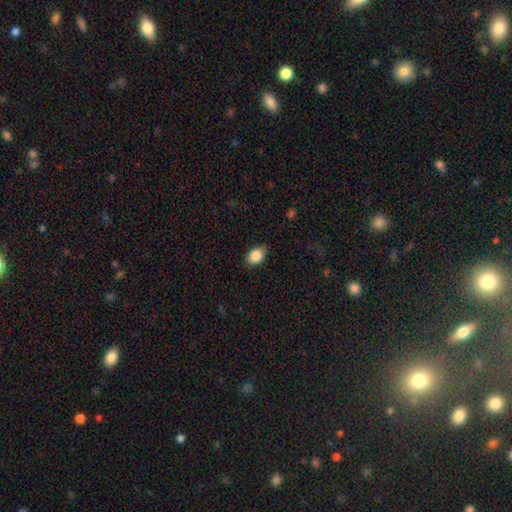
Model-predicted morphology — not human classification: This appears to be a smooth galaxy with no disk features (86%) that is in between round and cigar-shaped (79%). Merging: none (83%).